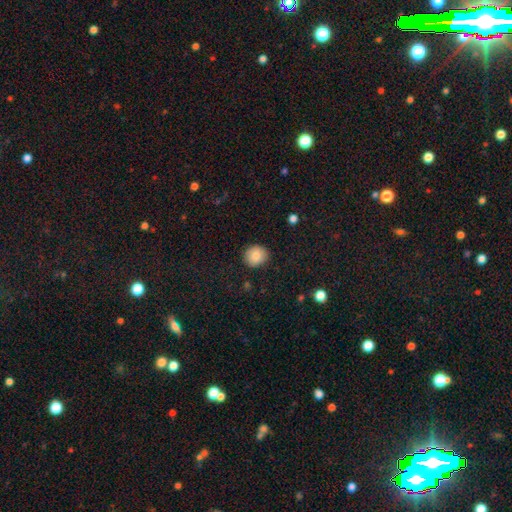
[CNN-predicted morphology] The model was most divided on "how rounded": round: 84%, in between: 15%, cigar-shaped: 1%. More confident: merging — none (89%); smooth or featured — smooth (84%).